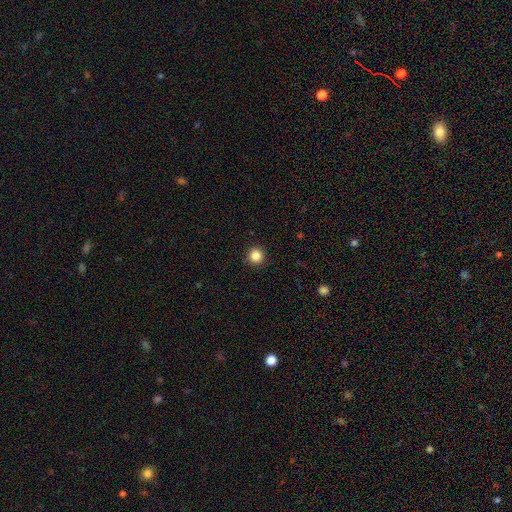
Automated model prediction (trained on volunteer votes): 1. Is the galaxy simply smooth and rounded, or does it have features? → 86% smooth, 11% star or artifact, 3% featured or disk.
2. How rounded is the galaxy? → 95% round, 4% in between, 1% cigar-shaped.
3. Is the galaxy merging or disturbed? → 92% none, 5% minor disturbance, 2% major disturbance, 1% merger.